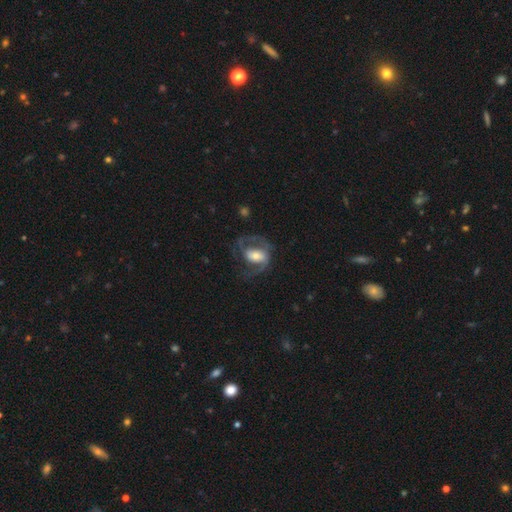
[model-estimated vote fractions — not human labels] Smooth or featured: featured or disk — 74% (smooth — 20%)
Edge-on disk: no — 97% (yes — 3%)
Bar: weak — 37% (no — 33%)
Spiral arms: yes — 86% (no — 14%)
Spiral winding: medium — 52% (loose — 26%)
Spiral arm count: 2 — 78% (can't tell — 8%)
Bulge size: moderate — 48% (small — 30%)
Merging: none — 56% (major disturbance — 24%)